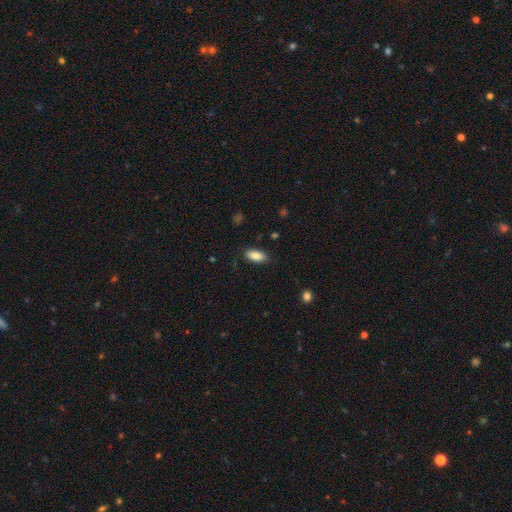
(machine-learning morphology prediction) Smooth or featured? Predicted: smooth (p=0.87). How rounded? Predicted: in between (p=0.89). Merging? Predicted: none (p=0.87).